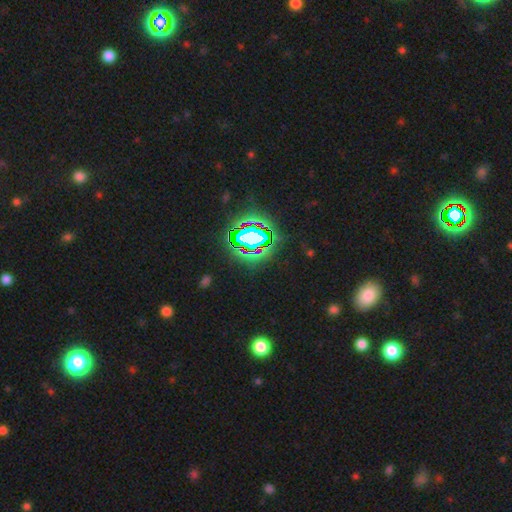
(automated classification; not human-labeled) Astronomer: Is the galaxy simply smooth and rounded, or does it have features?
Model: star or artifact — 80%.